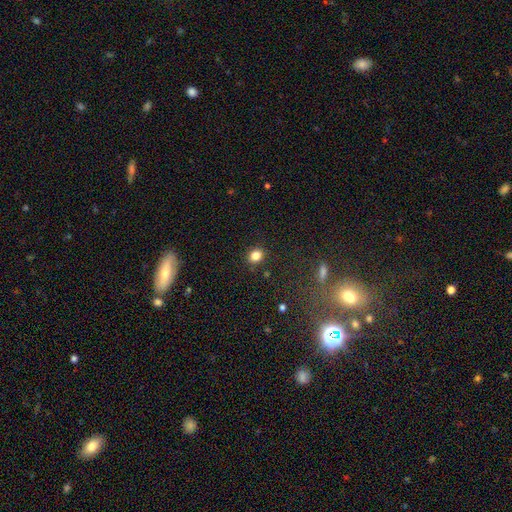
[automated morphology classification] Overall: smooth (83%). How rounded: round (59%; in between 40%). Merging: none (88%).